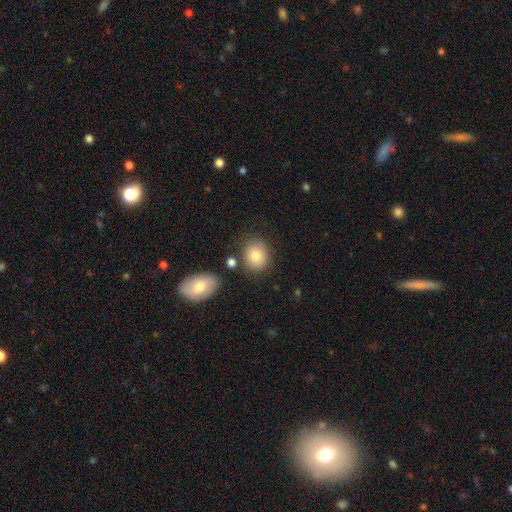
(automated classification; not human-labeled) A smooth galaxy with no disk features (82%) that is round (67%). Merging: none (76%).